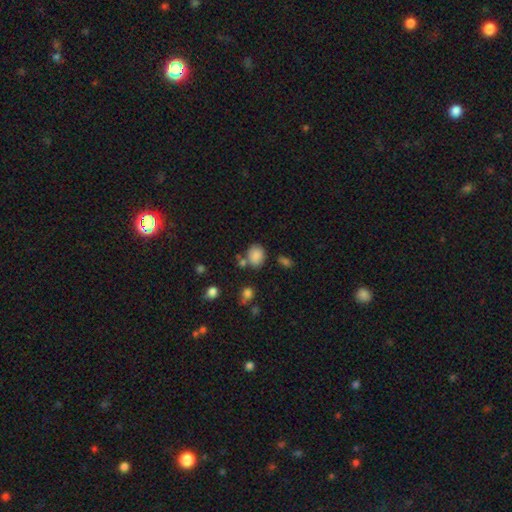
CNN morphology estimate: smooth-or-featured: smooth: 84% | star or artifact: 10% | featured or disk: 6%
  how-rounded: round: 57% | in between: 42% | cigar-shaped: 1%
  merging: none: 67% | minor disturbance: 15% | merger: 13% | major disturbance: 5%